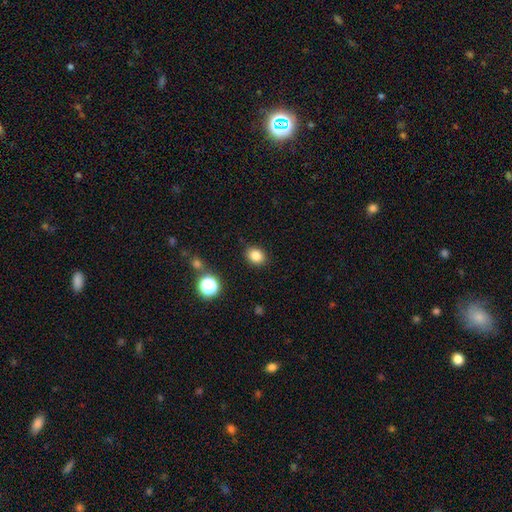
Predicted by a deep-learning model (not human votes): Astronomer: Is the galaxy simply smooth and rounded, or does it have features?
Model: smooth — 83%.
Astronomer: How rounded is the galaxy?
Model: in between — 51% (runner-up: round, 48%).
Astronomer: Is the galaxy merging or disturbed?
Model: none — 87%.